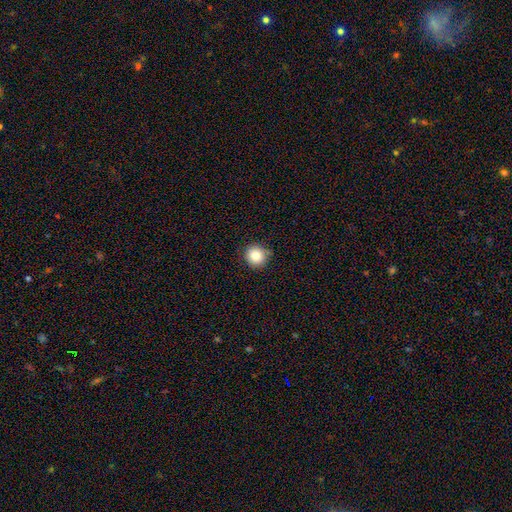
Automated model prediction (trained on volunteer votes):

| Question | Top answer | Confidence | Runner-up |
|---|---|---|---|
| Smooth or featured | smooth | 85% | star or artifact (10%) |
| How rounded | round | 90% | in between (9%) |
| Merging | none | 79% | minor disturbance (16%) |